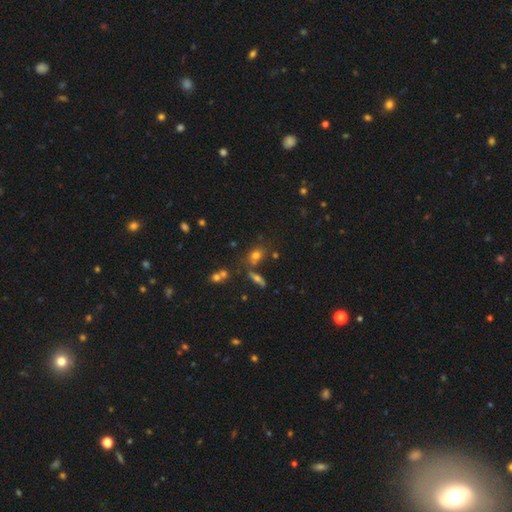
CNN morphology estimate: The model was most divided on "how rounded": in between: 51%, round: 45%, cigar-shaped: 4%. More confident: smooth or featured — smooth (68%); merging — none (64%).